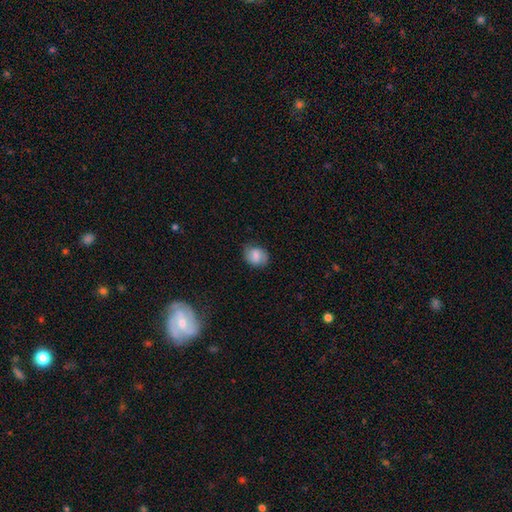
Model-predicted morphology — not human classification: A smooth galaxy with no disk features (71%) that is in between round and cigar-shaped (53%). Merging: none (72%).